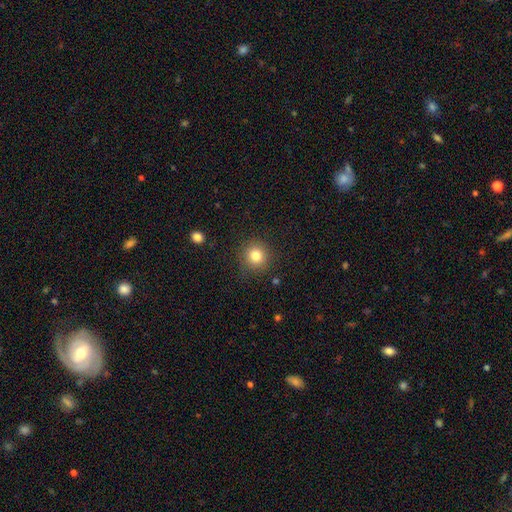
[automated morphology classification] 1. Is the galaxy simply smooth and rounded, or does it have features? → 81% smooth, 12% star or artifact, 7% featured or disk.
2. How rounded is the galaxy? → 92% round, 7% in between, 1% cigar-shaped.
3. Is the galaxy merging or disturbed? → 86% none, 9% minor disturbance, 3% major disturbance, 1% merger.